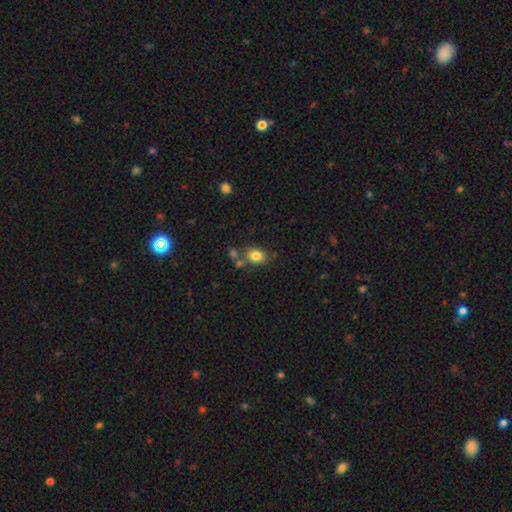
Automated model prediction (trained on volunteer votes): smooth_or_featured: smooth (p=0.82) [alt: star or artifact p=0.10]
how_rounded: in between (p=0.62) [alt: round p=0.37]
merging: none (p=0.62) [alt: merger p=0.17]